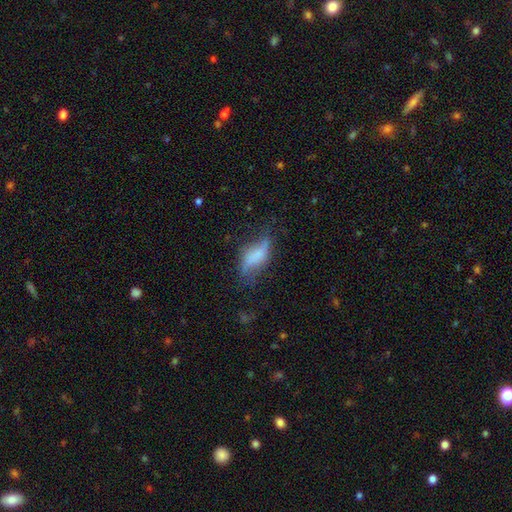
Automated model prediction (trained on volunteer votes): smooth-or-featured: smooth: 49% | featured or disk: 41% | star or artifact: 10%
  merging: none: 38% | minor disturbance: 32% | major disturbance: 26% | merger: 4%